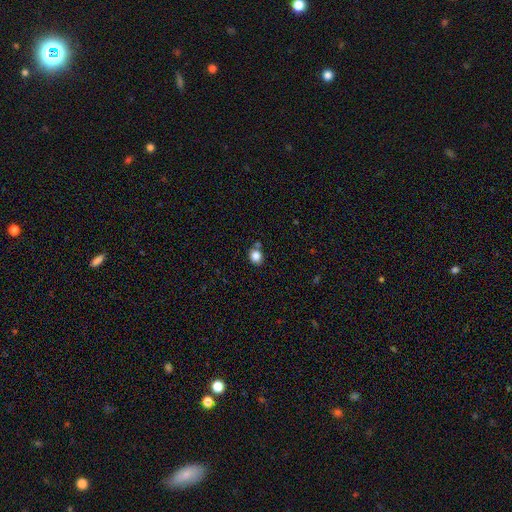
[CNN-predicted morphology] type=smooth (84%); roundness=round (66%); merging=none (73%).